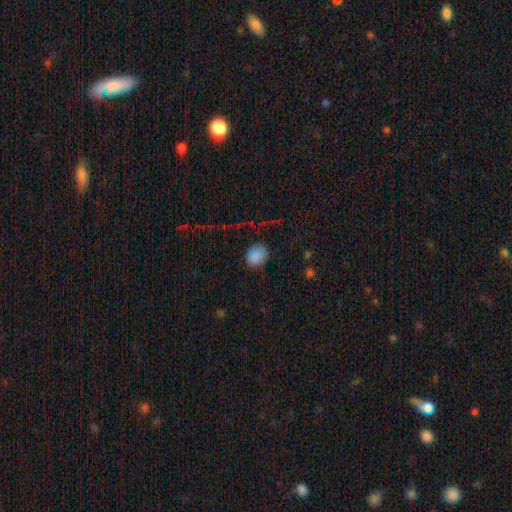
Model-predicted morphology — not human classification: A smooth galaxy with no disk features (84%) that is round (76%).

Vote fractions:
- Smooth or featured? smooth: 84% / star or artifact: 10% / featured or disk: 5%
- How rounded? round: 76% / in between: 23% / cigar-shaped: 1%
- Merging? none: 75% / minor disturbance: 18% / major disturbance: 5% / merger: 2%